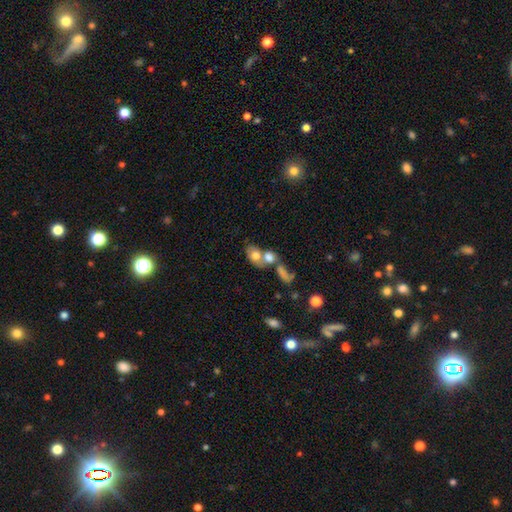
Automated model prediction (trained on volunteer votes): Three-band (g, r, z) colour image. It shows a smooth galaxy with no disk features (67%) that is in between round and cigar-shaped (70%). Merging: merger (62%).